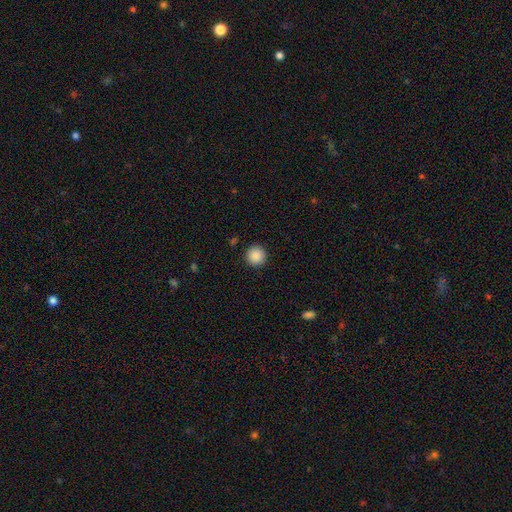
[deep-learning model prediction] Smooth or featured: smooth — 89% (star or artifact — 9%)
How rounded: round — 95% (in between — 4%)
Merging: none — 92% (minor disturbance — 5%)